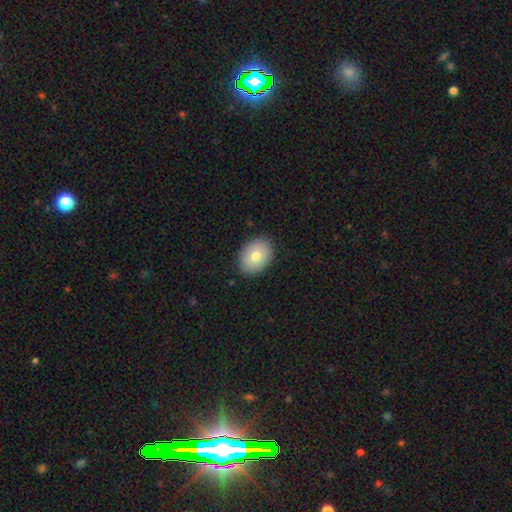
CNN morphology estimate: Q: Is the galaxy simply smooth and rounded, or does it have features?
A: smooth — 76%.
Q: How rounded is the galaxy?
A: in between — 64%.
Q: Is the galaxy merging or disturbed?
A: none — 87%.